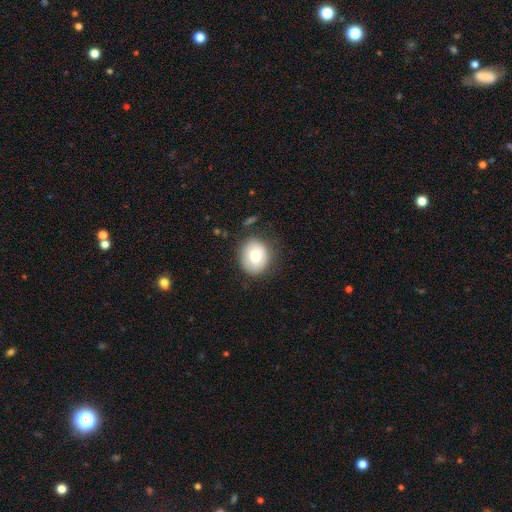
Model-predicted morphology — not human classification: smooth 75%, featured or disk 17%, star or artifact 8%. Down the decision tree: how rounded — round (69%); merging — none (79%).